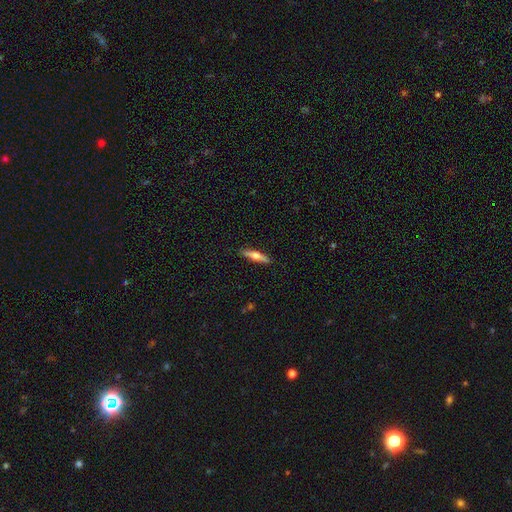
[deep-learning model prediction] Smooth or featured? Predicted: featured or disk (p=0.47, tied with smooth). Merging? Predicted: none (p=0.89).